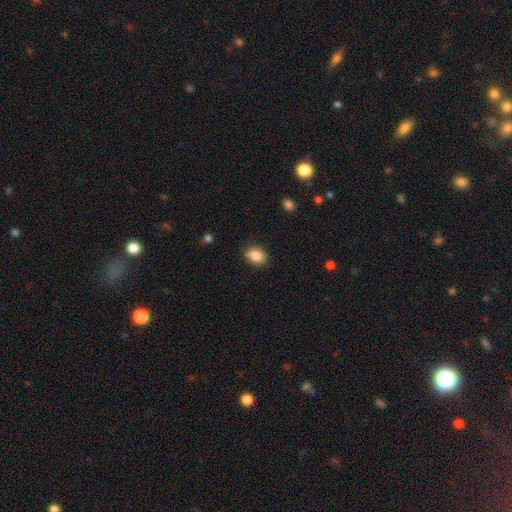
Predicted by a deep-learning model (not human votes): smooth-or-featured: smooth: 87% | star or artifact: 9% | featured or disk: 5%
  how-rounded: in between: 62% | round: 37% | cigar-shaped: 1%
  merging: none: 79% | minor disturbance: 16% | major disturbance: 3% | merger: 2%